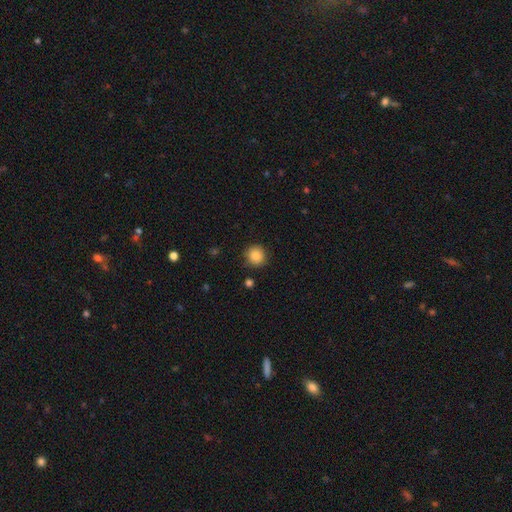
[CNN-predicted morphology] The model was most divided on "merging": none: 86%, minor disturbance: 10%, major disturbance: 3%, merger: 2%. More confident: how rounded — round (90%); smooth or featured — smooth (87%).